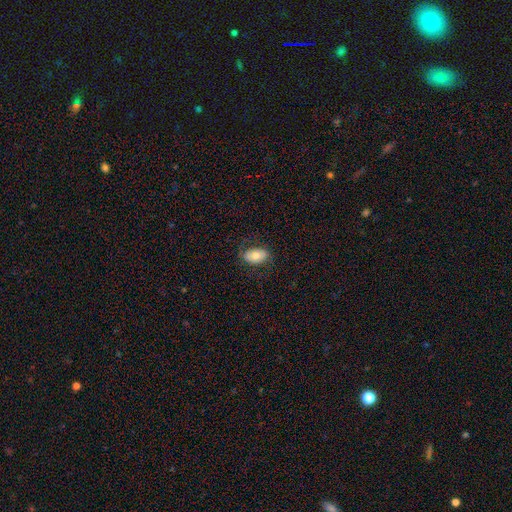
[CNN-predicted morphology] smooth-or-featured: smooth: 68% | featured or disk: 24% | star or artifact: 7%
  how-rounded: in between: 91% | round: 8% | cigar-shaped: 1%
  merging: none: 71% | minor disturbance: 18% | major disturbance: 9% | merger: 1%